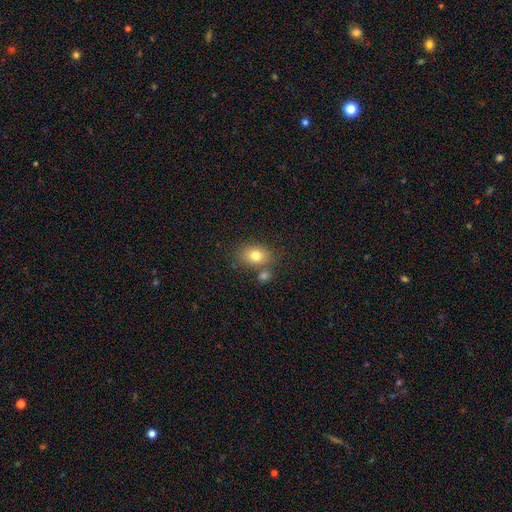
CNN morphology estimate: Smooth or featured: smooth — 77% (featured or disk — 13%)
How rounded: in between — 69% (round — 29%)
Merging: none — 66% (merger — 16%)